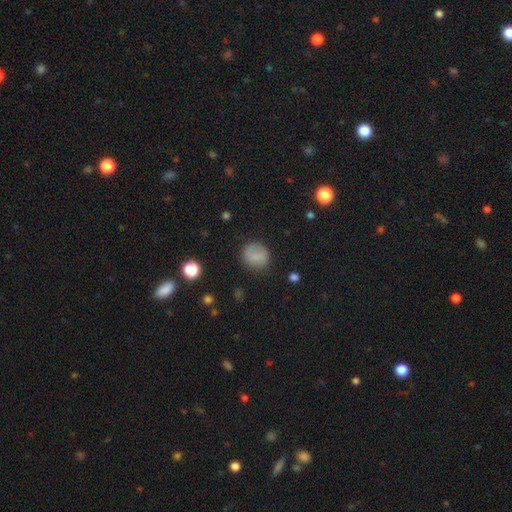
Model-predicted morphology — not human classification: Smooth or featured? Predicted: smooth (p=0.77). How rounded? Predicted: round (p=0.81). Merging? Predicted: none (p=0.80).